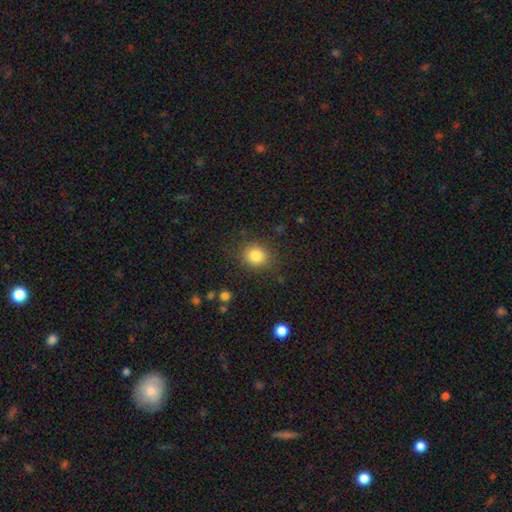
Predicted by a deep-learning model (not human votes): This appears to be a smooth galaxy with no disk features (83%) that is round (76%). Merging: none (84%).